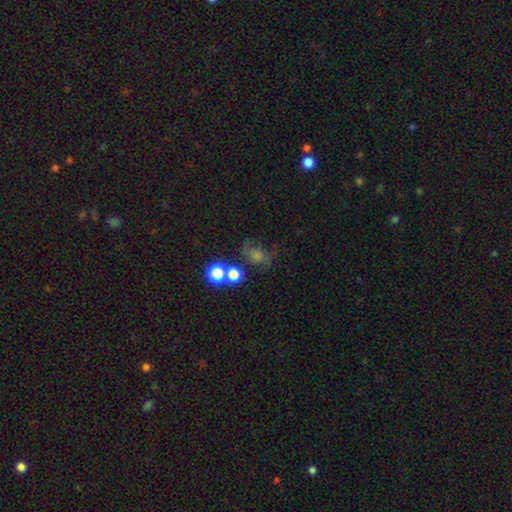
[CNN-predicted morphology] This appears to be a smooth galaxy with no disk features (45%). Merging: none (56%).